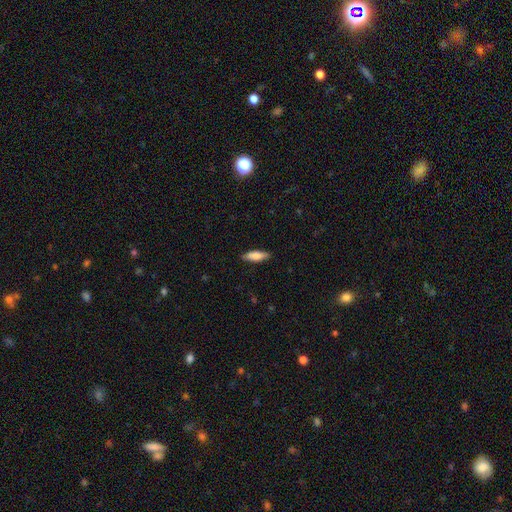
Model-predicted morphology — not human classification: Smooth or featured?
  - smooth: 79% *
  - featured or disk: 15%
  - star or artifact: 6%
How rounded?
  - cigar-shaped: 51% *
  - in between: 48%
  - round: 2%
Merging?
  - none: 87% *
  - minor disturbance: 10%
  - major disturbance: 2%
  - merger: 1%